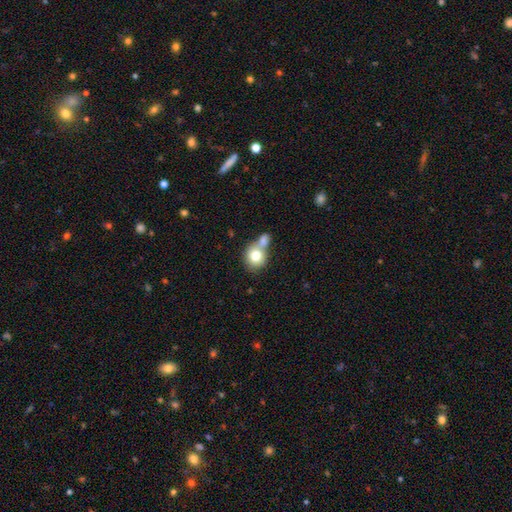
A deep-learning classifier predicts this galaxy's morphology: The model was most divided on "merging": merger: 50%, none: 35%, minor disturbance: 10%, major disturbance: 5%. More confident: how rounded — round (78%); smooth or featured — smooth (75%).